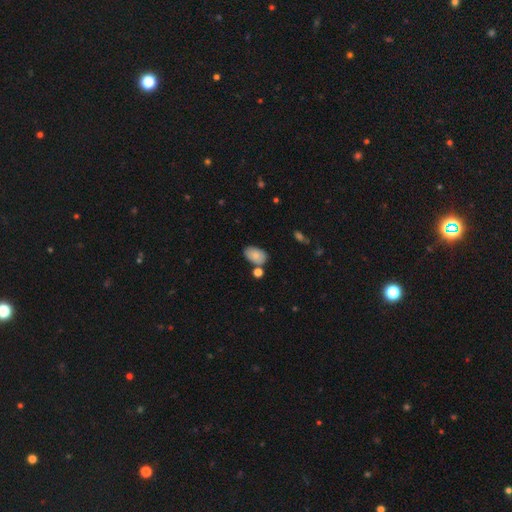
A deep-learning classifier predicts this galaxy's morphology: Smooth or featured? smooth (82%)
How rounded? in between (91%)
Merging? none (69%)